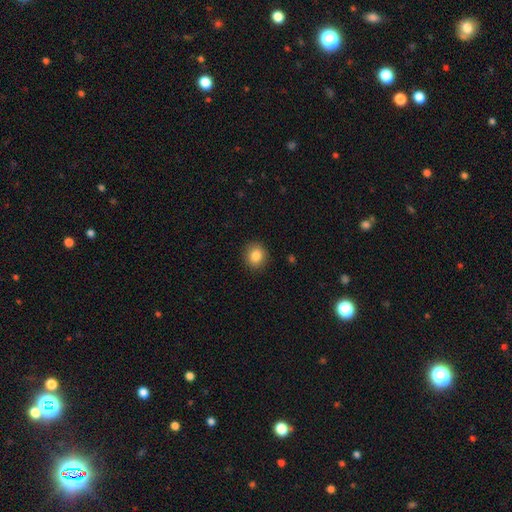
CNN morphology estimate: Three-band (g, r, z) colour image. It shows a smooth galaxy with no disk features (85%) that is round (79%). Merging: none (90%).